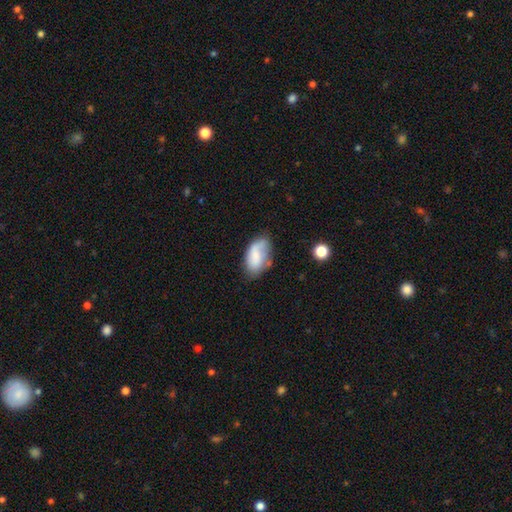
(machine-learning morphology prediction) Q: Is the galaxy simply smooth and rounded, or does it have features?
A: smooth — 67%.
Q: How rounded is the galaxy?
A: in between — 93%.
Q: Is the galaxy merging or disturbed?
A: none — 53%.